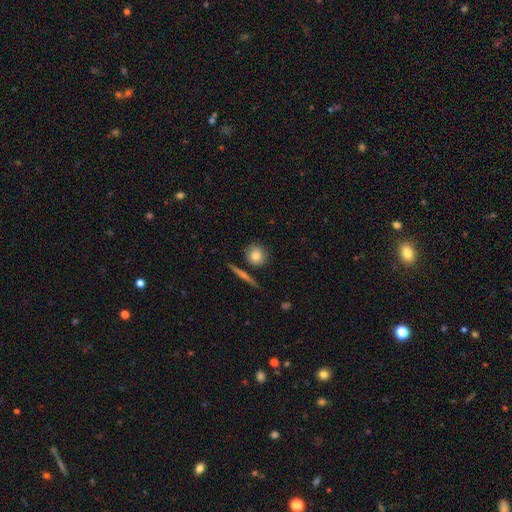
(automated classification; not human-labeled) Smooth or featured? Predicted: smooth (p=0.79). How rounded? Predicted: round (p=0.86). Merging? Predicted: none (p=0.79).